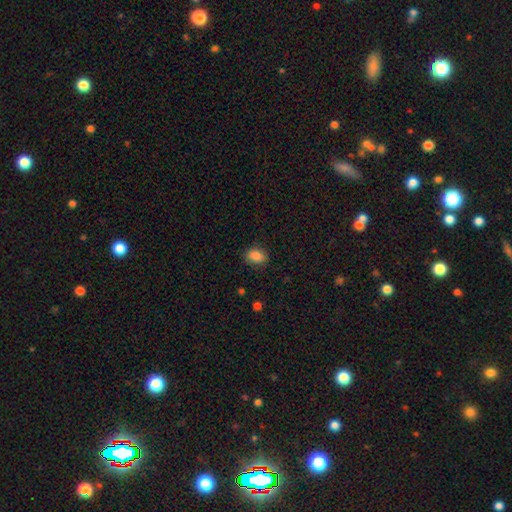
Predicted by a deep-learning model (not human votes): A smooth galaxy with no disk features (87%) that is in between round and cigar-shaped (74%). Merging: none (85%).